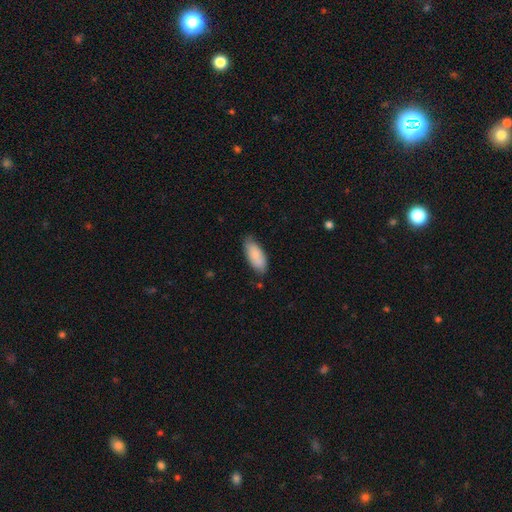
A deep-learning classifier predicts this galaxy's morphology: Smooth or featured? Predicted: smooth (p=0.85). How rounded? Predicted: in between (p=0.85). Merging? Predicted: none (p=0.74).